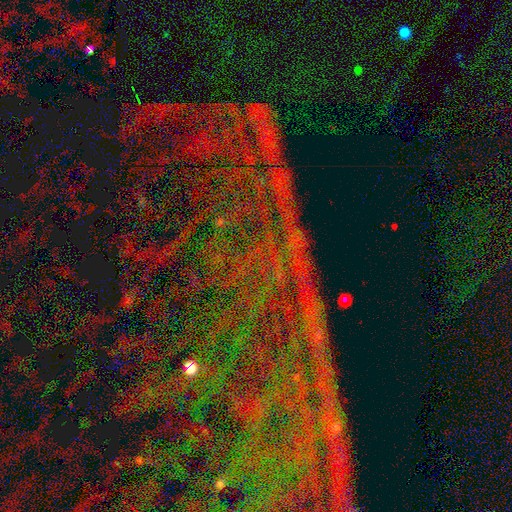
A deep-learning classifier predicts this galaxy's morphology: smooth_or_featured: star or artifact (p=0.83) [alt: featured or disk p=0.09]